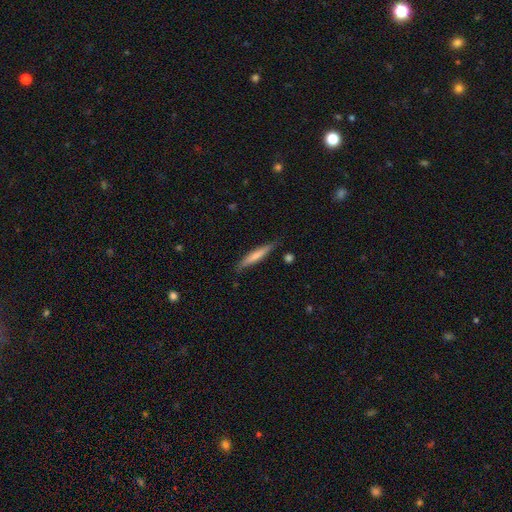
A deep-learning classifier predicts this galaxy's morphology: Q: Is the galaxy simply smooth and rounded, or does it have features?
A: smooth — 62%.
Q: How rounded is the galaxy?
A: cigar-shaped — 93%.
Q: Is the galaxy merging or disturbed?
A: none — 82%.